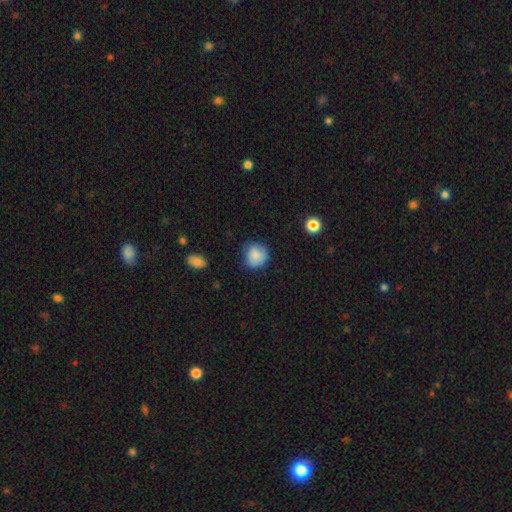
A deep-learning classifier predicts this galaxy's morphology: This is clearly a smooth galaxy (86%). How rounded: clearly round (83%). Merging: likely none (71%).